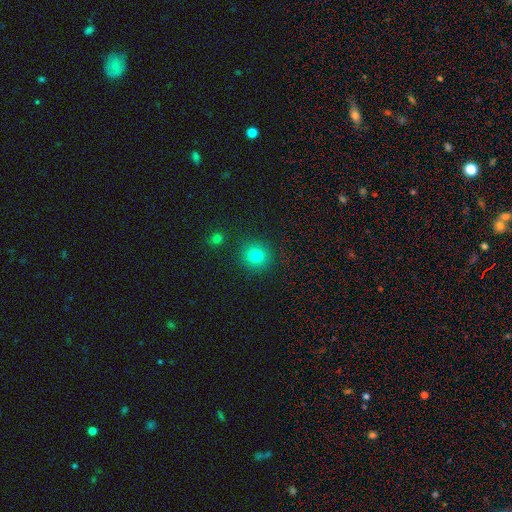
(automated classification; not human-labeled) Overall: smooth (79%). How rounded: round (92%). Merging: none (88%).